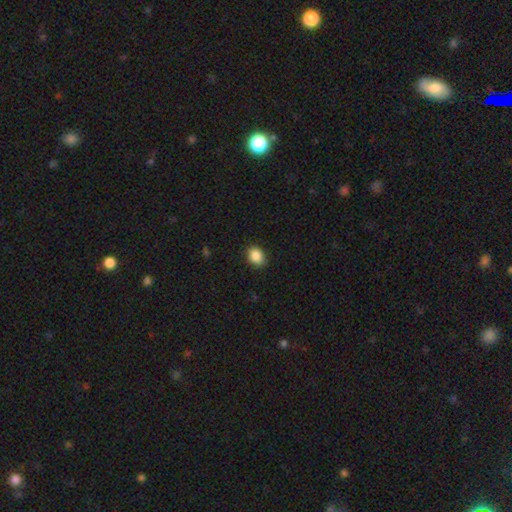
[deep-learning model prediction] A smooth galaxy with no disk features (88%) that is in between round and cigar-shaped (57%). Merging: none (87%).